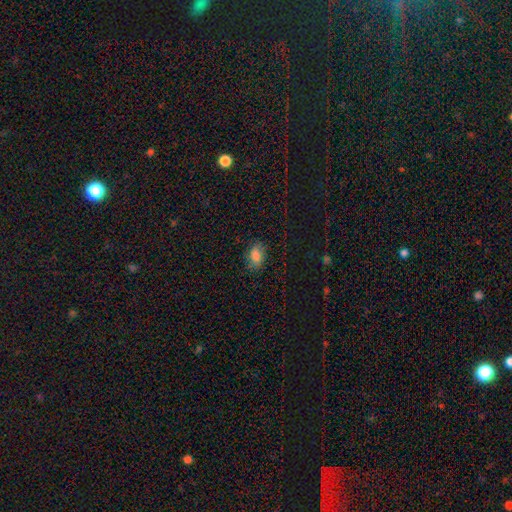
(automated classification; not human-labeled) smooth 79%, star or artifact 12%, featured or disk 9%. Down the decision tree: how rounded — in between (83%); merging — none (79%).